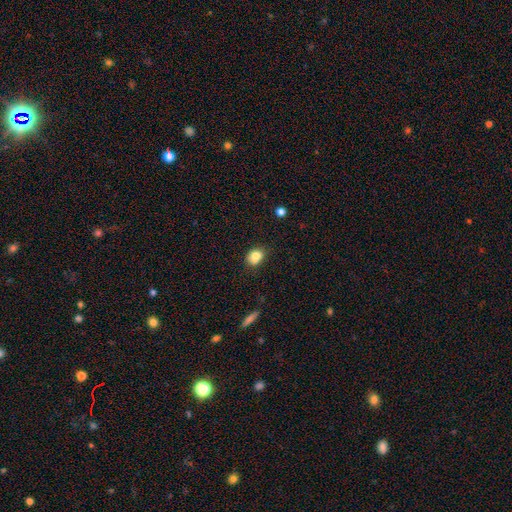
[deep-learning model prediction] smooth 77%, featured or disk 13%, star or artifact 10%. Down the decision tree: how rounded — in between (53%); merging — none (51%).